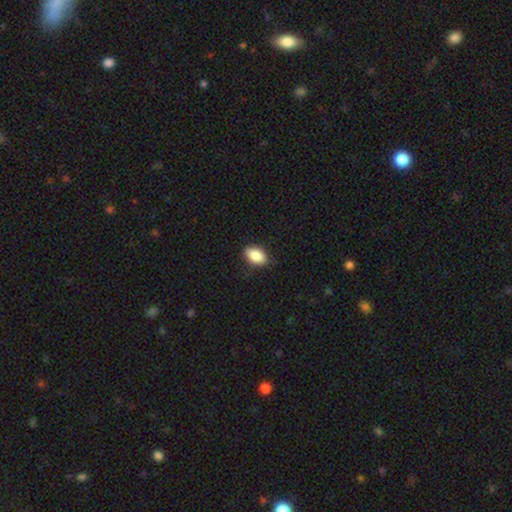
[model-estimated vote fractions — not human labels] This appears to be a smooth galaxy with no disk features (87%) that is in between round and cigar-shaped (89%). Merging: none (83%).